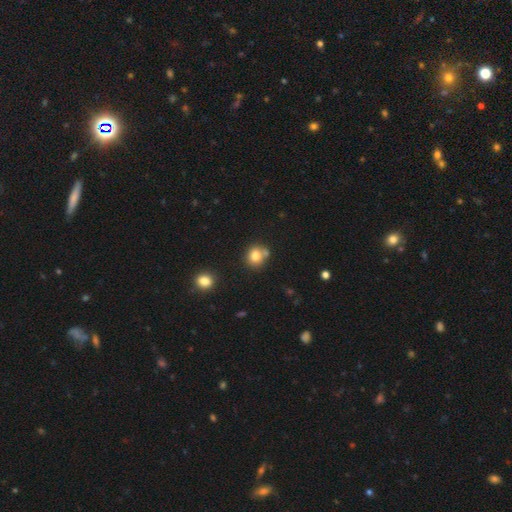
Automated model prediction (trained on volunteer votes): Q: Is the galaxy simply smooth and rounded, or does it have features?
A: smooth — 79%.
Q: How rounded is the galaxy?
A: round — 81%.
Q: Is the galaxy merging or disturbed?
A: none — 65%.